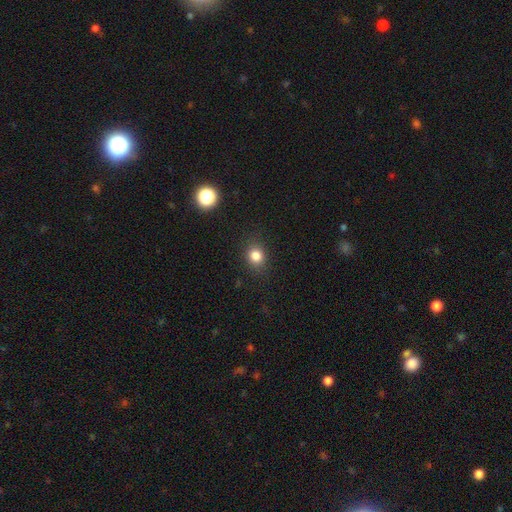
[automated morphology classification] The model was most divided on "how rounded": round: 71%, in between: 28%, cigar-shaped: 1%. More confident: merging — none (86%); smooth or featured — smooth (82%).